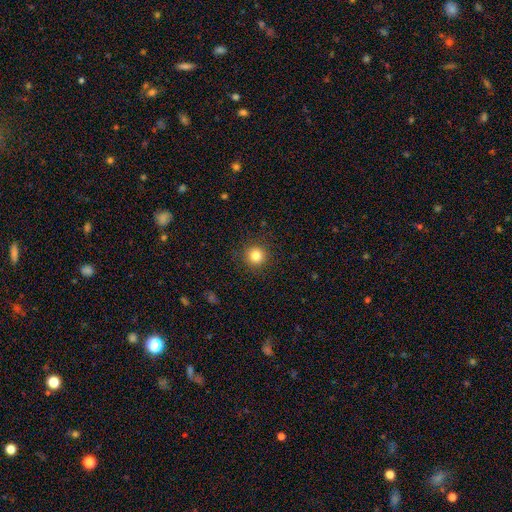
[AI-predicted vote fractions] Morphology: type=smooth (82%); roundness=round (95%); merging=none (91%).